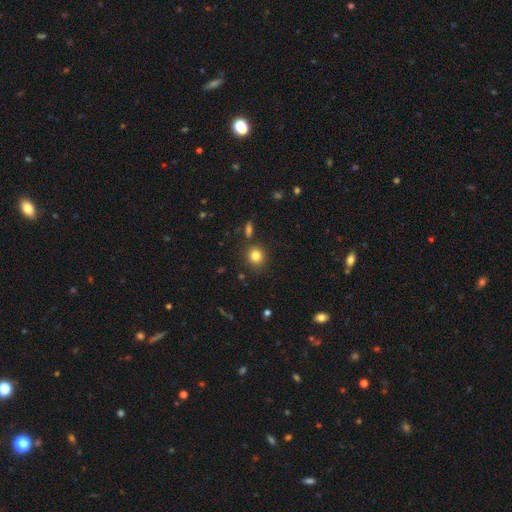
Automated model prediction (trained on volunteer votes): smooth-or-featured: smooth: 82% | star or artifact: 11% | featured or disk: 7%
  how-rounded: round: 84% | in between: 15% | cigar-shaped: 1%
  merging: none: 85% | minor disturbance: 8% | merger: 4% | major disturbance: 3%